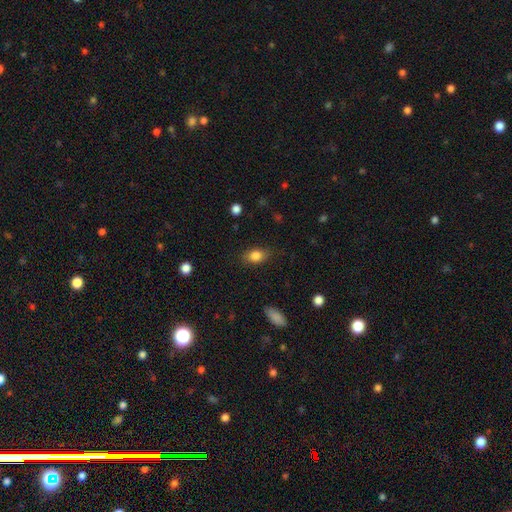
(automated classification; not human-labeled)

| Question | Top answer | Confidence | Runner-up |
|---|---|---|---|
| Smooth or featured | smooth | 83% | star or artifact (9%) |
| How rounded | in between | 80% | round (16%) |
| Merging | none | 81% | minor disturbance (14%) |